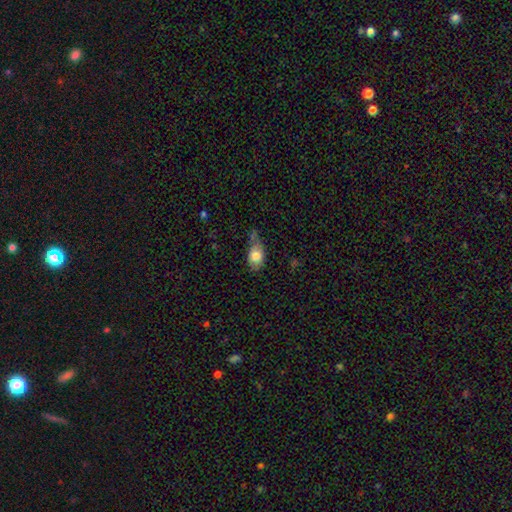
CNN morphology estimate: Smooth or featured?
  - smooth: 79% *
  - featured or disk: 14%
  - star or artifact: 8%
How rounded?
  - in between: 83% *
  - round: 14%
  - cigar-shaped: 3%
Merging?
  - minor disturbance: 37% *
  - none: 32%
  - major disturbance: 19%
  - merger: 11%